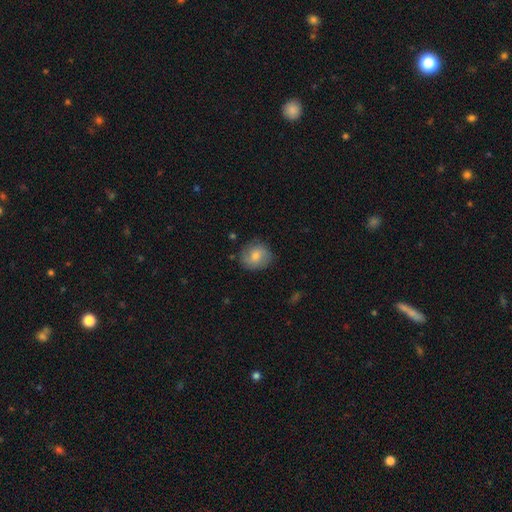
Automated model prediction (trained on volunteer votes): Q: Smooth or featured?
A: smooth (66%); runner-up: featured or disk (25%)
Q: How rounded?
A: round (83%); runner-up: in between (16%)
Q: Merging?
A: none (82%); runner-up: minor disturbance (14%)